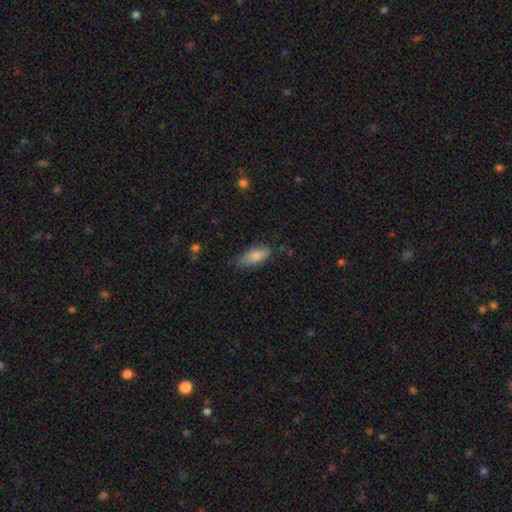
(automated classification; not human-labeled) This is clearly a smooth galaxy (82%). How rounded: likely in between (80%). Merging: likely none (64%).